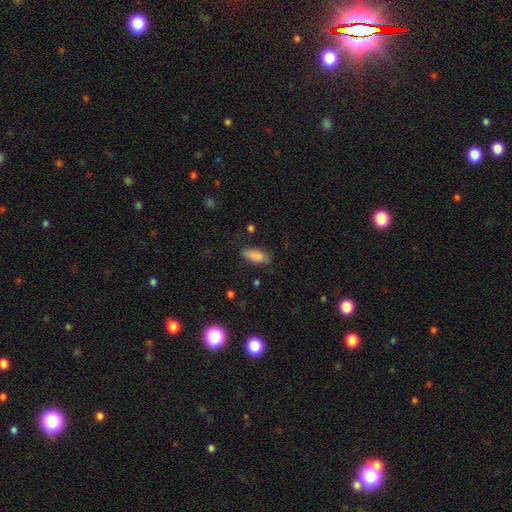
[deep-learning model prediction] Morphology: type=smooth (86%); roundness=in between (81%); merging=none (75%).